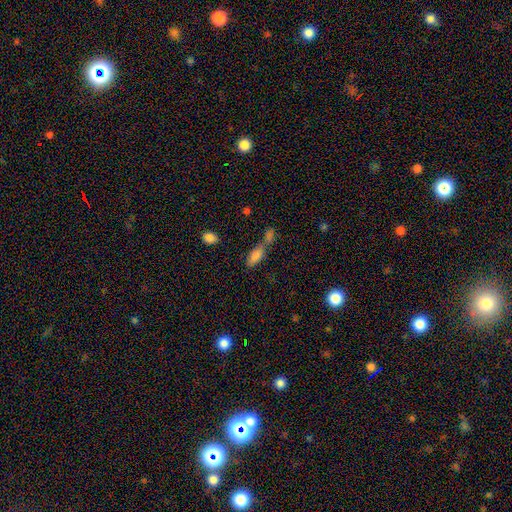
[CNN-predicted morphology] smooth_or_featured: smooth (p=0.80) [alt: featured or disk p=0.10]
how_rounded: in between (p=0.75) [alt: cigar-shaped p=0.22]
merging: merger (p=0.47) [alt: none p=0.36]